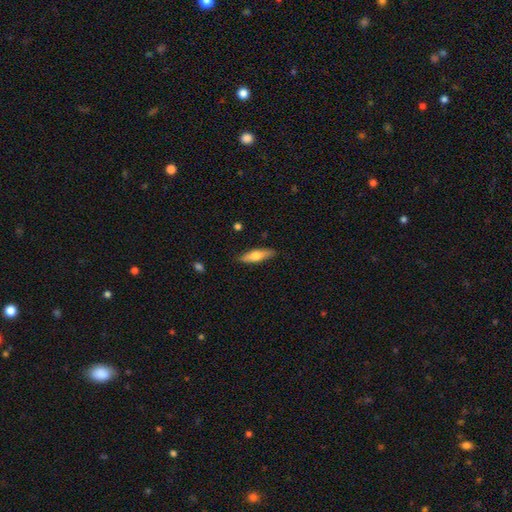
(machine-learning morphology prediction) smooth 61%, featured or disk 33%, star or artifact 6%. Down the decision tree: how rounded — cigar-shaped (58%); merging — none (86%).